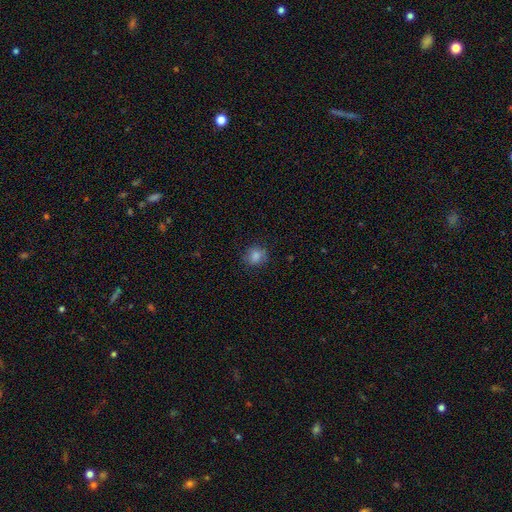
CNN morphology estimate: smooth-or-featured: smooth: 79% | star or artifact: 13% | featured or disk: 8%
  how-rounded: round: 77% | in between: 22% | cigar-shaped: 1%
  merging: none: 81% | minor disturbance: 14% | major disturbance: 4% | merger: 1%